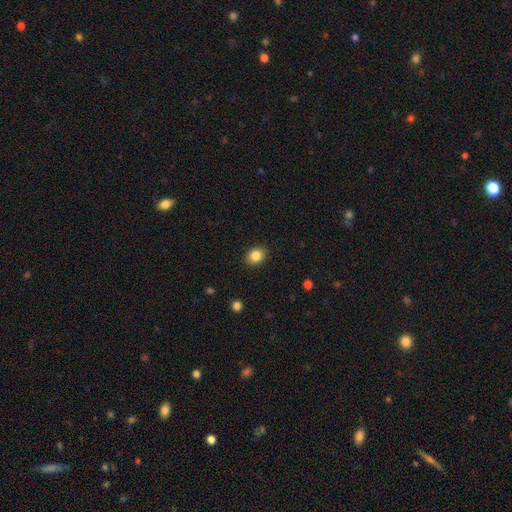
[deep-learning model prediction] Smooth or featured: smooth — 85% (star or artifact — 10%)
How rounded: round — 54% (in between — 45%)
Merging: none — 89% (minor disturbance — 8%)